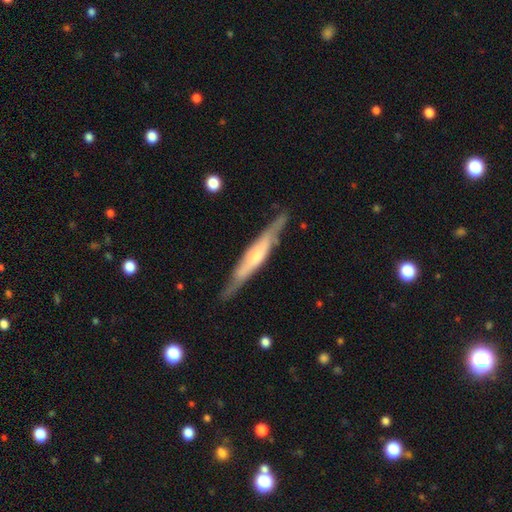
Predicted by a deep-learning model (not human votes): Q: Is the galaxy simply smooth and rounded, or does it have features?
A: featured or disk — 63%.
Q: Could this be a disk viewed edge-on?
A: yes — 87%.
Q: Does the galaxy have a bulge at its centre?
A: rounded — 50%.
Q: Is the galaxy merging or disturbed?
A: none — 80%.